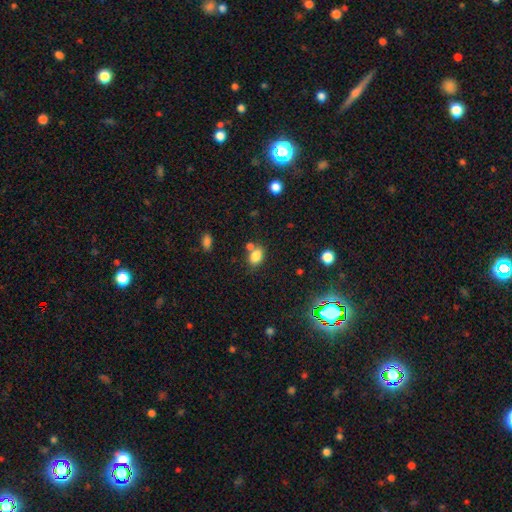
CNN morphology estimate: Smooth or featured: smooth — 82% (star or artifact — 11%)
How rounded: in between — 79% (round — 20%)
Merging: none — 60% (merger — 22%)